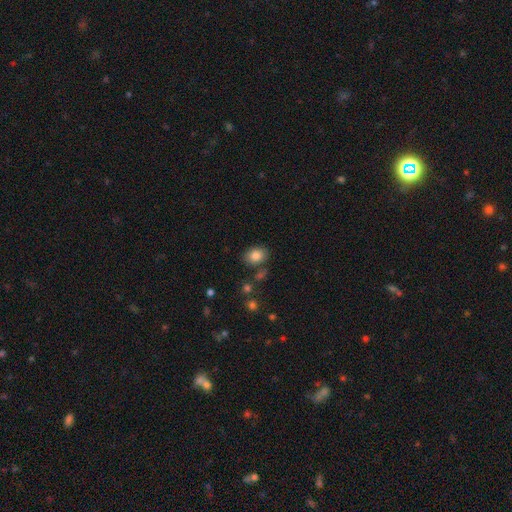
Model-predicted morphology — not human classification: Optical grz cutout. It shows a smooth galaxy with no disk features (83%) that is in between round and cigar-shaped (67%). Merging: none (77%).